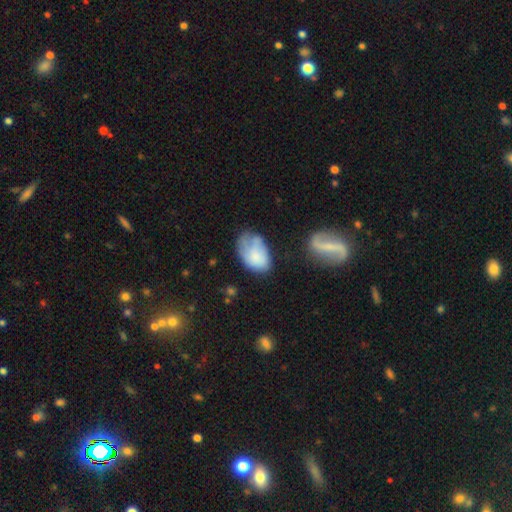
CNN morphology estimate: smooth-or-featured: smooth: 64% | featured or disk: 27% | star or artifact: 8%
  how-rounded: in between: 88% | round: 11% | cigar-shaped: 1%
  merging: none: 34% (tied) | minor disturbance: 34% (tied) | major disturbance: 24% | merger: 8%